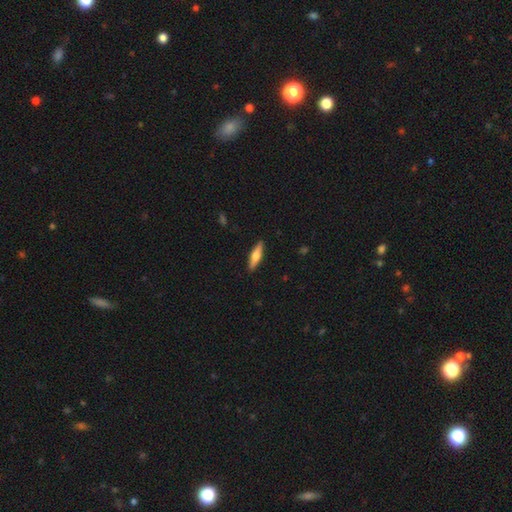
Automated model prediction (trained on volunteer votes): Q: Smooth or featured?
A: smooth (52%); runner-up: featured or disk (43%)
Q: How rounded?
A: cigar-shaped (73%); runner-up: in between (25%)
Q: Merging?
A: none (90%); runner-up: minor disturbance (7%)